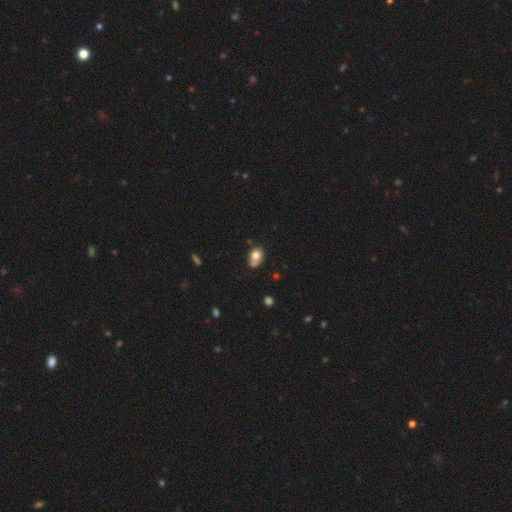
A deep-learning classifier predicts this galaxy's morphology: Smooth or featured? Predicted: smooth (p=0.75). How rounded? Predicted: in between (p=0.60). Merging? Predicted: none (p=0.48).